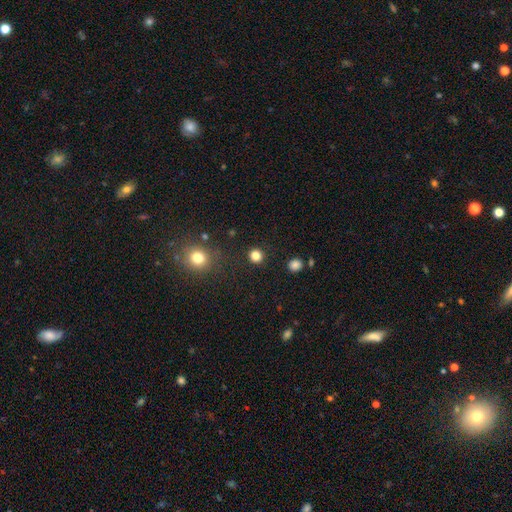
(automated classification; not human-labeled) A smooth galaxy with no disk features (83%) that is round (91%).

Vote fractions:
- Smooth or featured? smooth: 83% / star or artifact: 14% / featured or disk: 4%
- How rounded? round: 91% / in between: 8% / cigar-shaped: 1%
- Merging? none: 91% / minor disturbance: 5% / major disturbance: 2% / merger: 2%